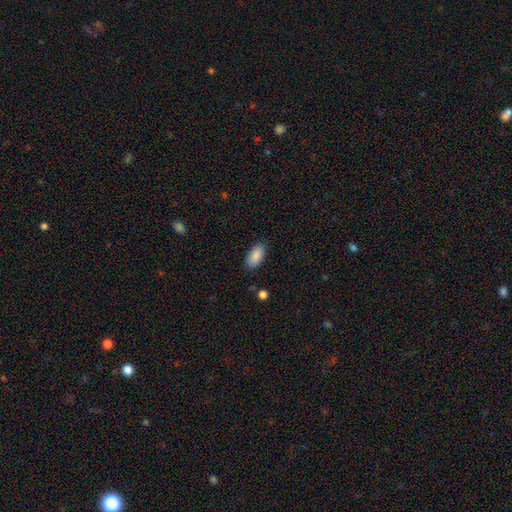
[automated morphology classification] type=smooth (89%); roundness=in between (92%); merging=none (85%).